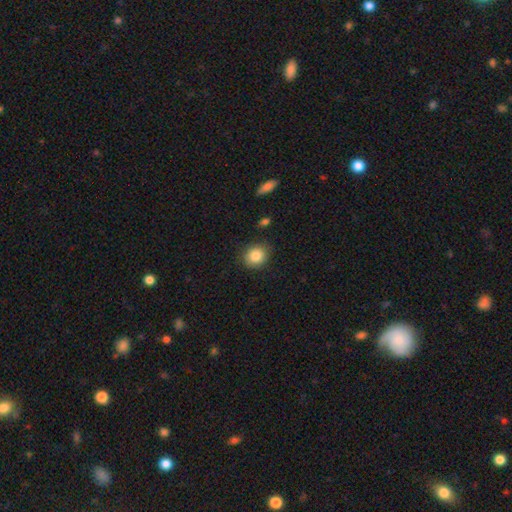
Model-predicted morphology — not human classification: smooth 85%, star or artifact 9%, featured or disk 6%. Down the decision tree: how rounded — round (74%); merging — none (85%).